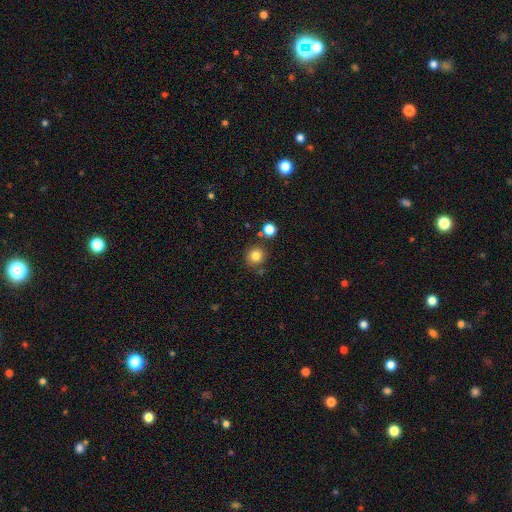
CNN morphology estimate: smooth-or-featured: smooth: 81% | star or artifact: 13% | featured or disk: 7%
  how-rounded: round: 93% | in between: 6% | cigar-shaped: 1%
  merging: none: 81% | minor disturbance: 9% | merger: 7% | major disturbance: 3%